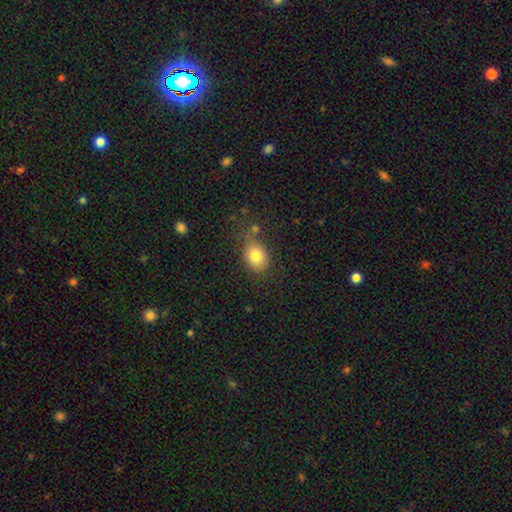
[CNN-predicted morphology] smooth-or-featured: smooth: 81% | featured or disk: 10% | star or artifact: 10%
  how-rounded: in between: 61% | round: 38% | cigar-shaped: 1%
  merging: none: 61% | minor disturbance: 24% | major disturbance: 8% | merger: 7%